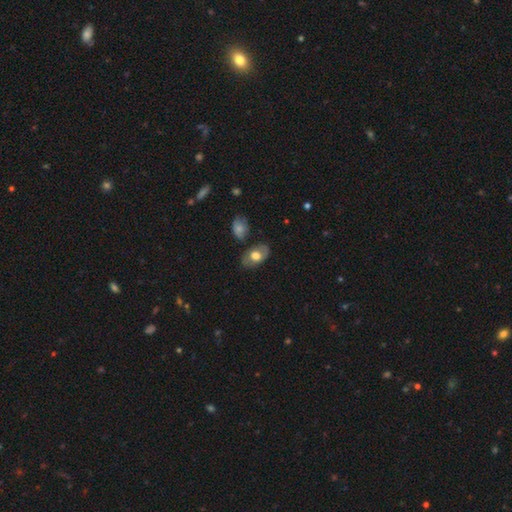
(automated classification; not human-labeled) Overall: smooth (61%; featured or disk 33%). How rounded: in between (88%). Merging: none (77%).